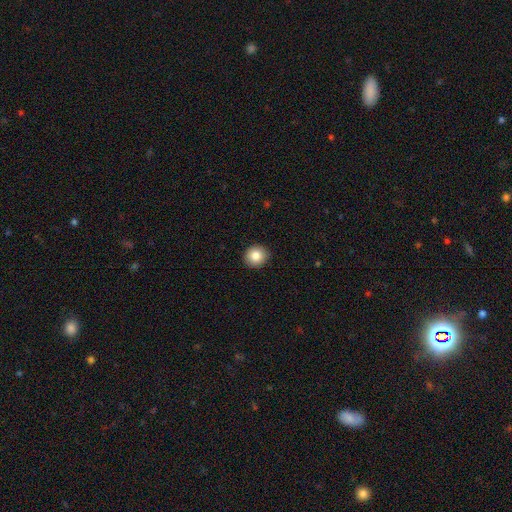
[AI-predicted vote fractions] The model was most divided on "how rounded": round: 86%, in between: 13%, cigar-shaped: 1%. More confident: merging — none (91%); smooth or featured — smooth (84%).